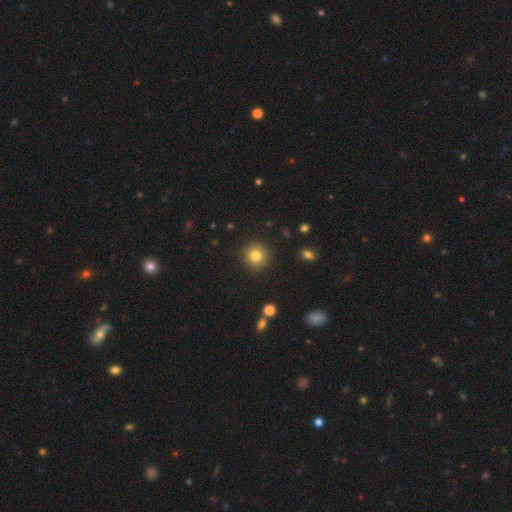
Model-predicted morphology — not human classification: The model was most divided on "smooth or featured": smooth: 81%, star or artifact: 12%, featured or disk: 8%. More confident: how rounded — round (94%); merging — none (91%).